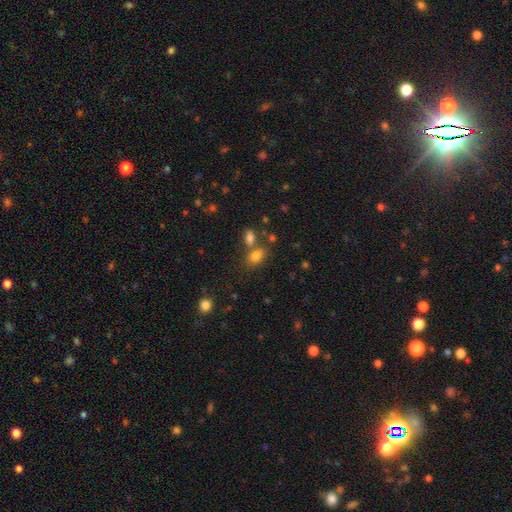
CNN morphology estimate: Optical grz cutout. It shows a smooth galaxy with no disk features (80%) that is in between round and cigar-shaped (79%). Merging: none (54%).